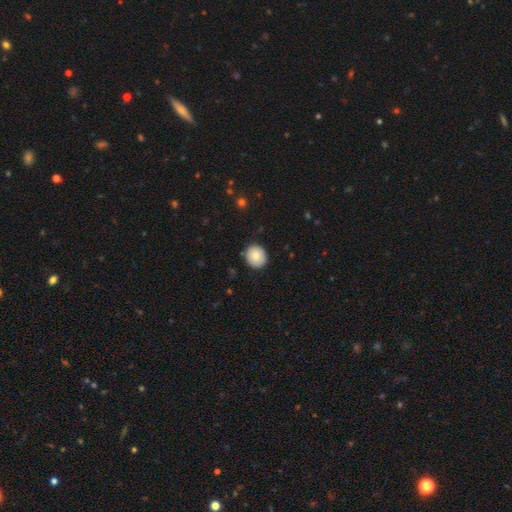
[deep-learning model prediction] Smooth or featured? smooth (81%)
How rounded? round (84%)
Merging? none (88%)